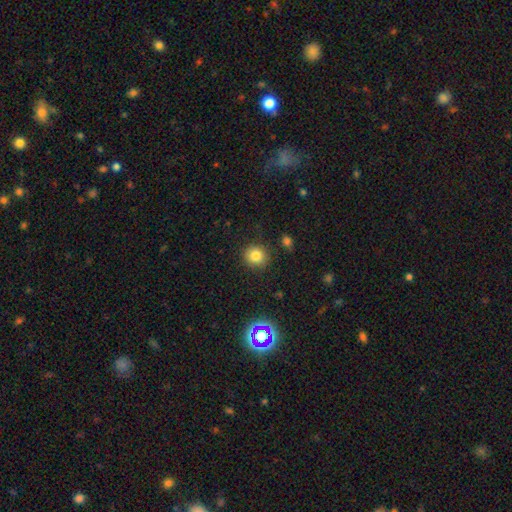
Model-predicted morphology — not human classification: type=smooth (81%); roundness=round (90%); merging=none (88%).